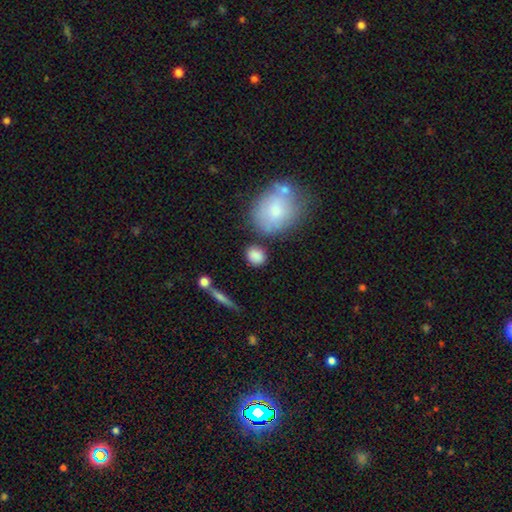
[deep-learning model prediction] The model was most divided on "how rounded": round: 58%, in between: 40%, cigar-shaped: 3%. More confident: smooth or featured — smooth (85%); merging — none (75%).